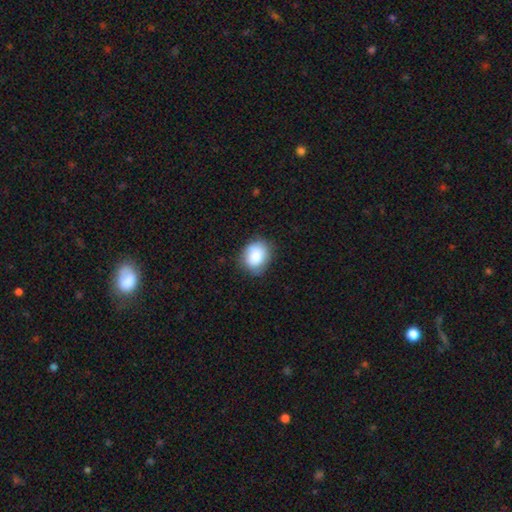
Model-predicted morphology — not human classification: Overall: smooth (84%). How rounded: round (53%; in between 46%). Merging: none (68%).